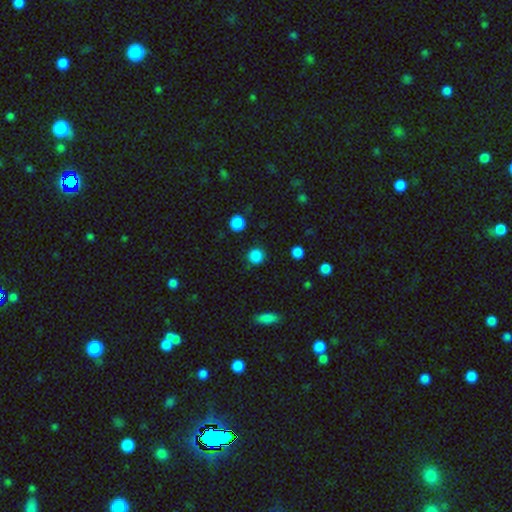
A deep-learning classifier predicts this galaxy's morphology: smooth-or-featured: smooth: 85% | star or artifact: 12% | featured or disk: 3%
  how-rounded: round: 93% | in between: 6% | cigar-shaped: 1%
  merging: none: 89% | minor disturbance: 7% | major disturbance: 3% | merger: 2%